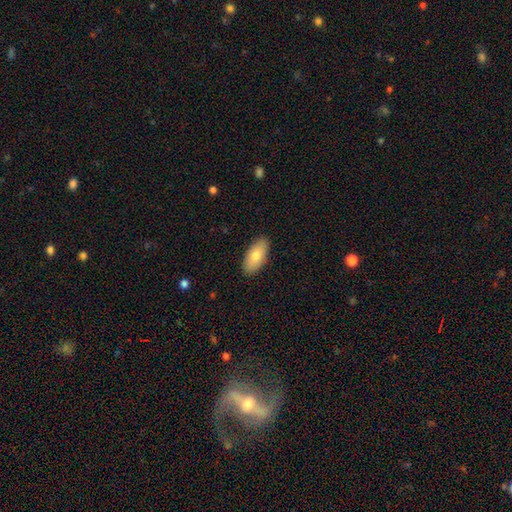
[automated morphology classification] Smooth or featured? Predicted: smooth (p=0.75). How rounded? Predicted: in between (p=0.90). Merging? Predicted: none (p=0.89).